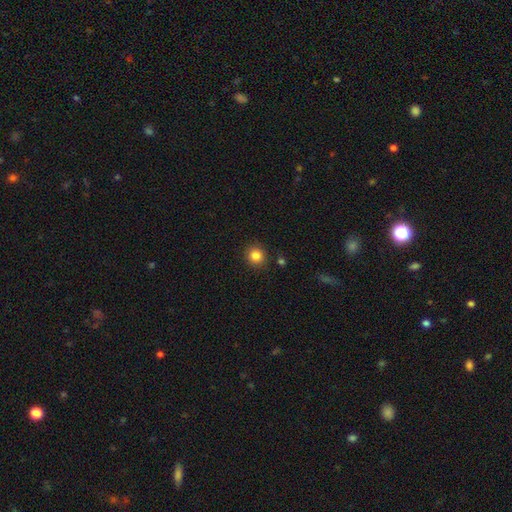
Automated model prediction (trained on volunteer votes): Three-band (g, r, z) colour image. It shows a smooth galaxy with no disk features (84%) that is round (91%). Merging: none (89%).